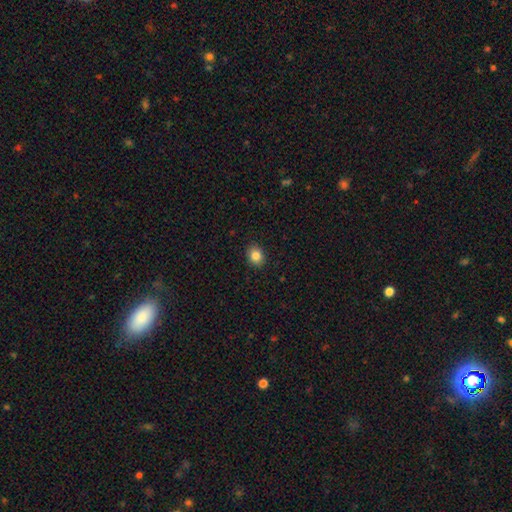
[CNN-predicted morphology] Overall: smooth (85%). How rounded: round (61%; in between 38%). Merging: none (90%).